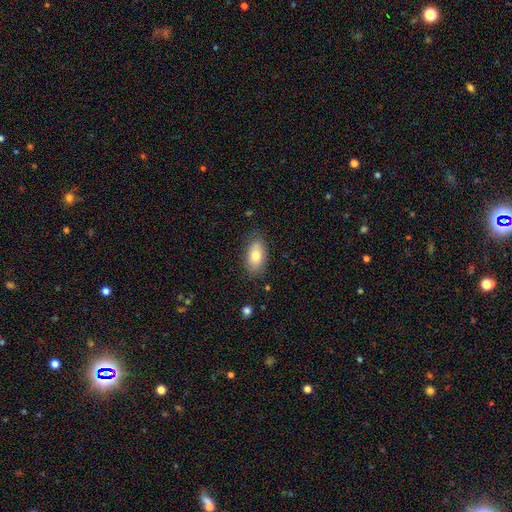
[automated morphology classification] smooth-or-featured: smooth: 78% | featured or disk: 15% | star or artifact: 7%
  how-rounded: in between: 91% | round: 6% | cigar-shaped: 3%
  merging: none: 82% | minor disturbance: 14% | major disturbance: 3% | merger: 1%